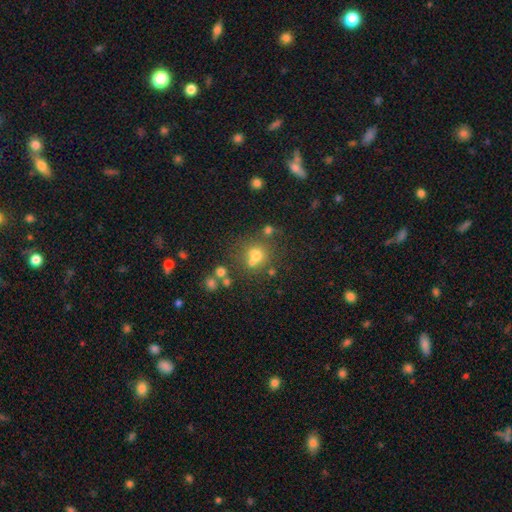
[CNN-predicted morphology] A smooth galaxy with no disk features (63%) that is round (80%).

Vote fractions:
- Smooth or featured? smooth: 63% / star or artifact: 20% / featured or disk: 17%
- How rounded? round: 80% / in between: 19% / cigar-shaped: 1%
- Merging? none: 51% / merger: 33% / minor disturbance: 11% / major disturbance: 6%